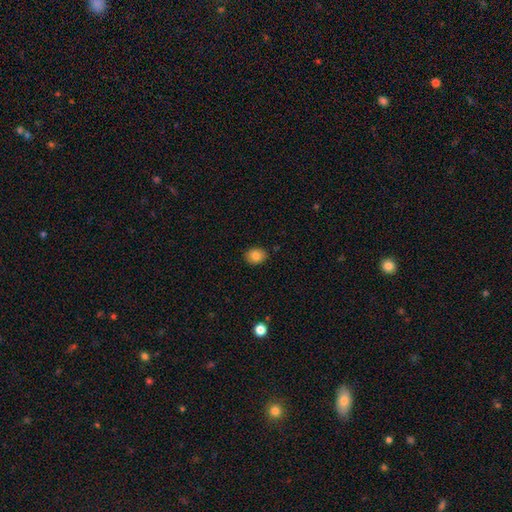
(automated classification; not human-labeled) The model was most divided on "how rounded": in between: 54%, round: 45%, cigar-shaped: 1%. More confident: merging — none (87%); smooth or featured — smooth (84%).